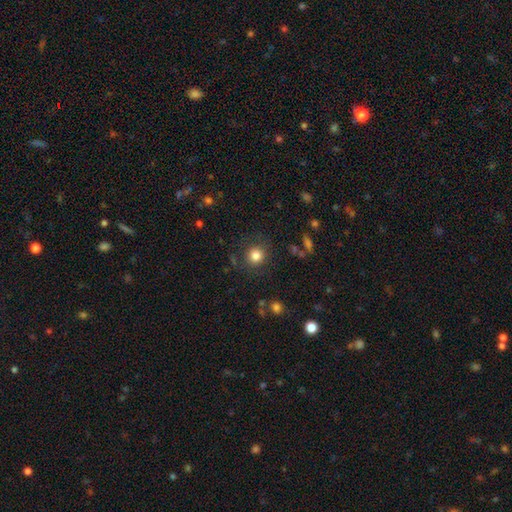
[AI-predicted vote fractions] smooth 82%, star or artifact 12%, featured or disk 6%. Down the decision tree: how rounded — round (92%); merging — none (85%).